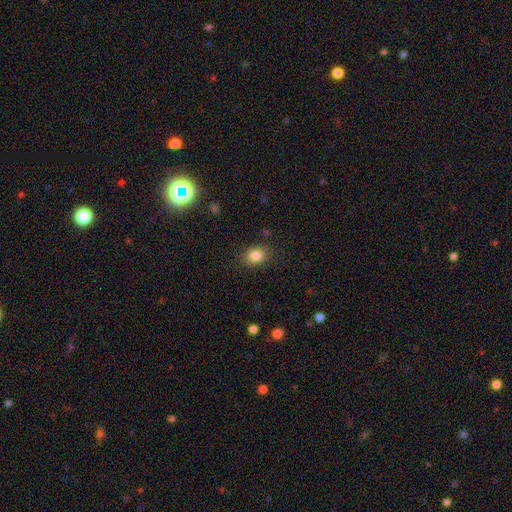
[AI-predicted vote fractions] smooth-or-featured: smooth: 83% | star or artifact: 11% | featured or disk: 6%
  how-rounded: round: 51% | in between: 48% | cigar-shaped: 1%
  merging: none: 85% | minor disturbance: 10% | major disturbance: 3% | merger: 1%